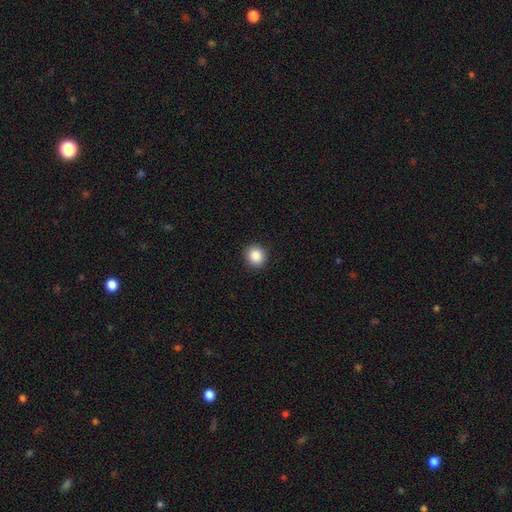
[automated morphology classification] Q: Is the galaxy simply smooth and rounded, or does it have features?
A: smooth — 88%.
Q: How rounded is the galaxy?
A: round — 90%.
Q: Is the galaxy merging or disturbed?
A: none — 92%.